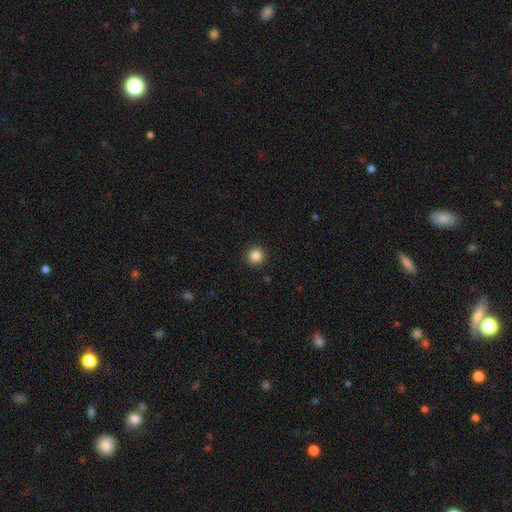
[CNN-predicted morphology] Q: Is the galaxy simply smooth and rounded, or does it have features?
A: smooth — 86%.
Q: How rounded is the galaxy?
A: round — 96%.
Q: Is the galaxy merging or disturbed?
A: none — 92%.